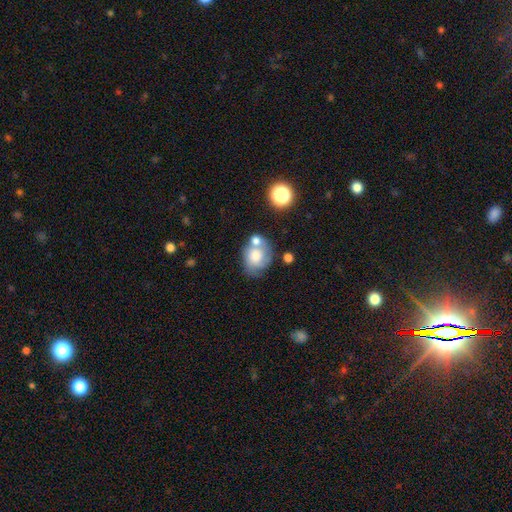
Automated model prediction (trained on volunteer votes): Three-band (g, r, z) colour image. It shows a smooth galaxy with no disk features (54%) that is round (55%). Merging: none (40%).